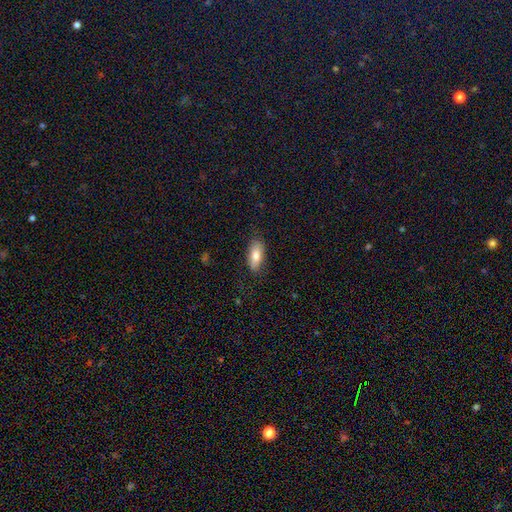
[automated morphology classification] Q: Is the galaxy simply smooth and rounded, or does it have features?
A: smooth — 82%.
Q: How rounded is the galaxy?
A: in between — 83%.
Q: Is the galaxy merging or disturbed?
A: none — 83%.